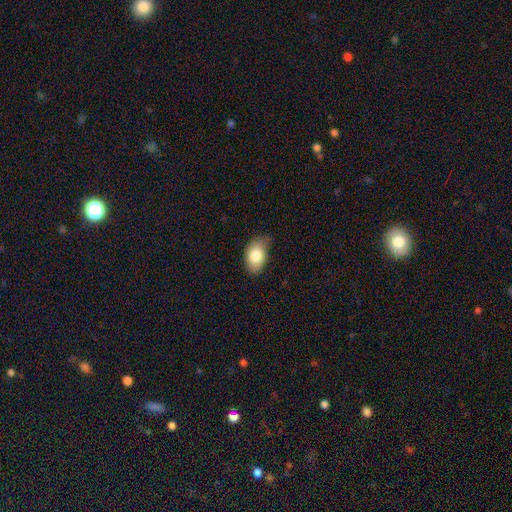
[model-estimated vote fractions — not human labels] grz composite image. It shows a smooth galaxy with no disk features (81%) that is in between round and cigar-shaped (90%). Merging: none (65%).